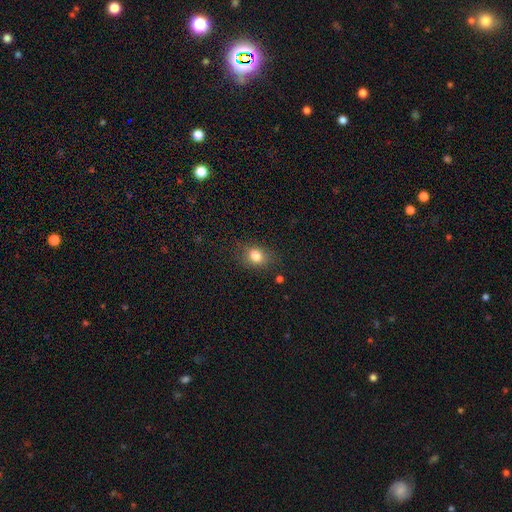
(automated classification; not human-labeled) A smooth galaxy with no disk features (80%) that is in between round and cigar-shaped (54%). Merging: none (79%).